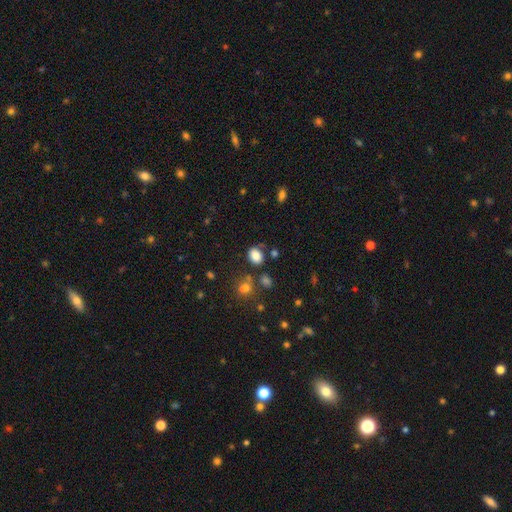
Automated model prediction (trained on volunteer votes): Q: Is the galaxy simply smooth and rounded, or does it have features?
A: smooth — 83%.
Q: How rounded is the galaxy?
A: in between — 67%.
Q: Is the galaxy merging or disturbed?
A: none — 74%.